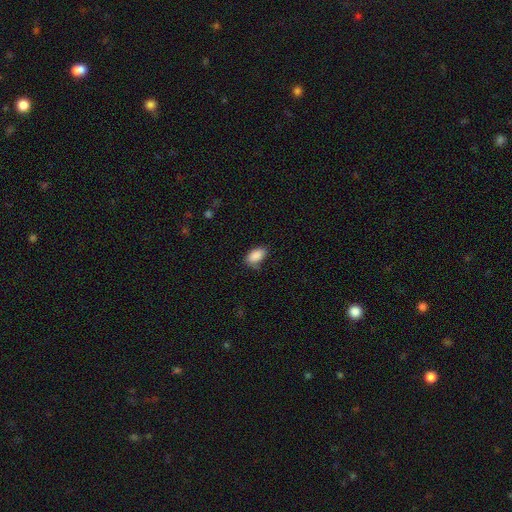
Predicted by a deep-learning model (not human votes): The model was most divided on "merging": none: 69%, minor disturbance: 24%, major disturbance: 5%, merger: 2%. More confident: how rounded — in between (93%); smooth or featured — smooth (88%).